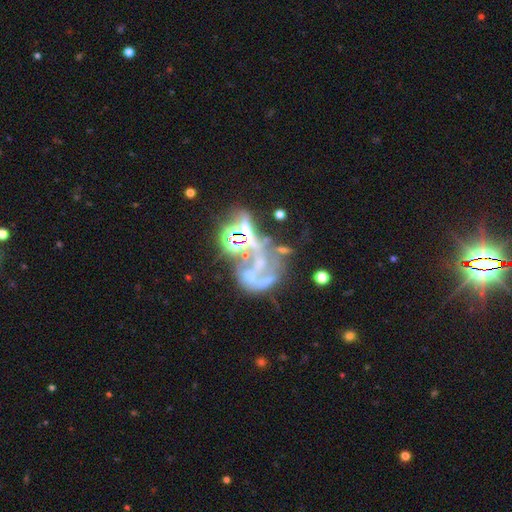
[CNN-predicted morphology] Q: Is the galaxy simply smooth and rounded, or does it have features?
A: featured or disk — 53%.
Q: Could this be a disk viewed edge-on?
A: no — 96%.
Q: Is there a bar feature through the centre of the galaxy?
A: no — 80%.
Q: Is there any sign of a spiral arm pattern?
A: no — 70%.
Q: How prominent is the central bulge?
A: none — 54%.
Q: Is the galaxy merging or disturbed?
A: merger — 38%.